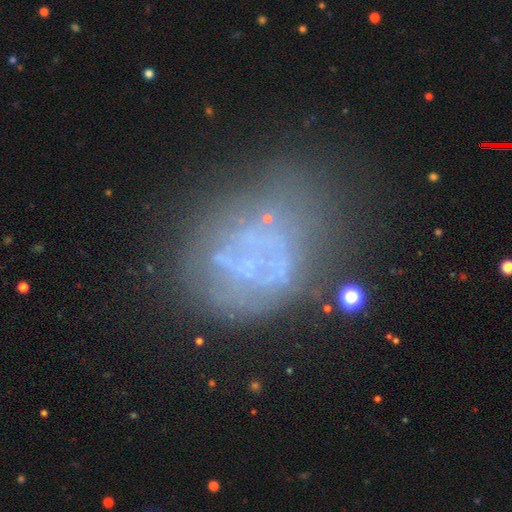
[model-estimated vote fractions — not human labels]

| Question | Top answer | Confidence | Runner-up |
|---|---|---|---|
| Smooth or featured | featured or disk | 52% | smooth (28%) |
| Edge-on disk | no | 97% | yes (3%) |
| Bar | no | 91% | weak (6%) |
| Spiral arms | no | 90% | yes (10%) |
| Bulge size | none | 80% | small (12%) |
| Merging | none | 43% | major disturbance (26%) |